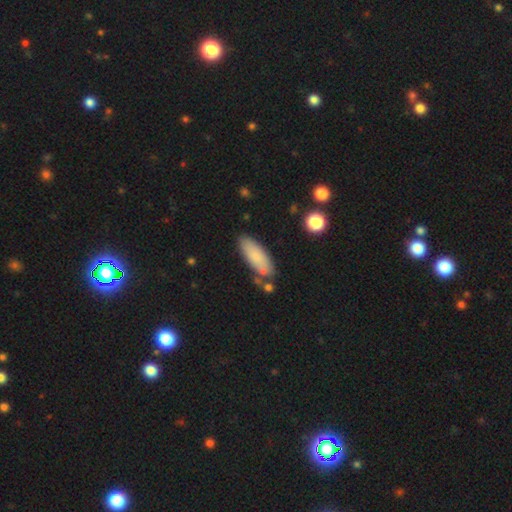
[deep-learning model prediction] Q: Smooth or featured?
A: smooth (82%); runner-up: featured or disk (12%)
Q: How rounded?
A: in between (68%); runner-up: cigar-shaped (31%)
Q: Merging?
A: none (73%); runner-up: minor disturbance (16%)